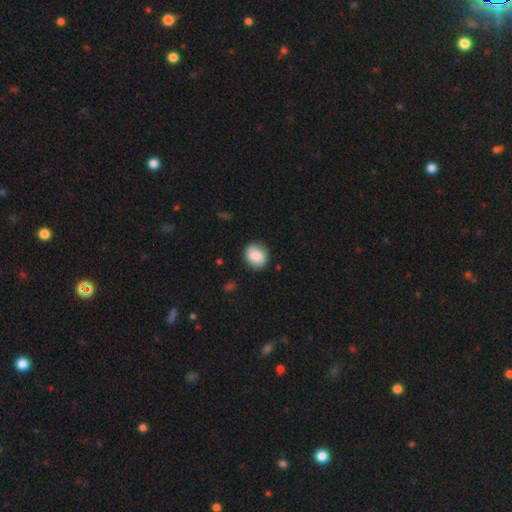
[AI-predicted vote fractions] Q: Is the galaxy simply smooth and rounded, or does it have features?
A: smooth — 83%.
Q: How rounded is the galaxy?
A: round — 62%.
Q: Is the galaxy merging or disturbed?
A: none — 80%.